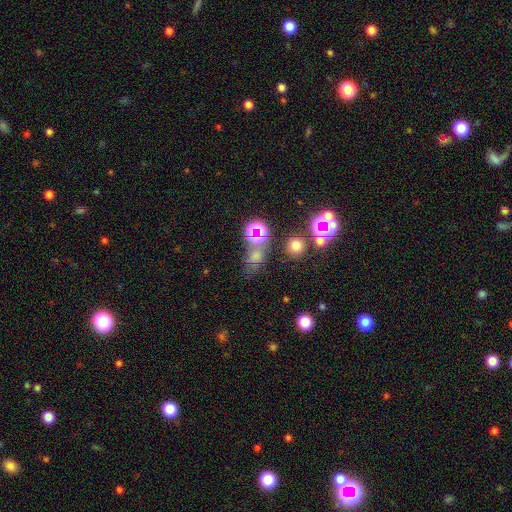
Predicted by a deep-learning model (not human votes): This appears to be a smooth galaxy with no disk features (53%) that is round (50%). Merging: none (53%).